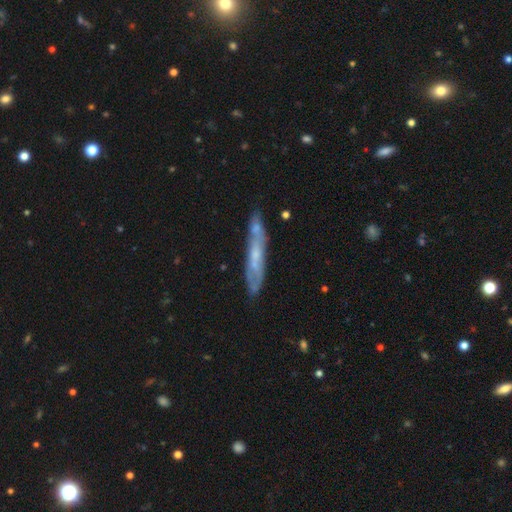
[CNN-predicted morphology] Smooth or featured?
  - featured or disk: 59% *
  - smooth: 34%
  - star or artifact: 7%
Edge-on disk?
  - yes: 61% *
  - no: 39%
Merging?
  - none: 67% *
  - minor disturbance: 21%
  - merger: 7%
  - major disturbance: 6%